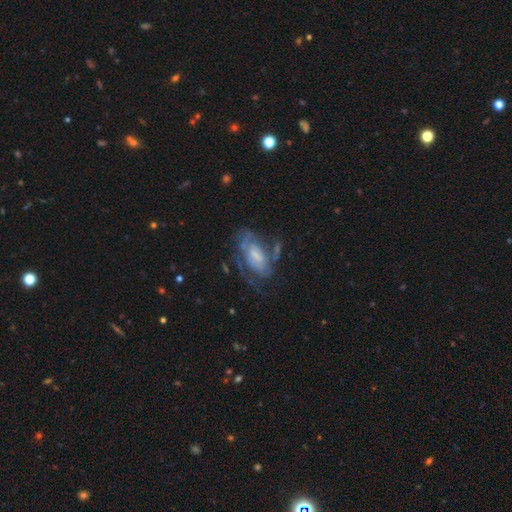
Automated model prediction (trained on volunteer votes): Smooth or featured? featured or disk (74%)
Edge-on disk? no (95%)
Bar? no (47%)
Spiral arms? yes (80%)
Spiral winding? medium (43%)
Spiral arm count? 2 (42%)
Bulge size? small (34%)
Merging? none (46%)